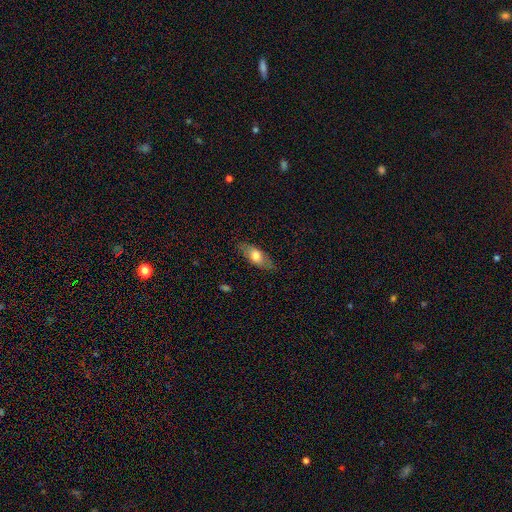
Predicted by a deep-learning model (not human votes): Smooth or featured?
  - smooth: 67% *
  - featured or disk: 27%
  - star or artifact: 6%
How rounded?
  - in between: 75% *
  - cigar-shaped: 21%
  - round: 4%
Merging?
  - none: 79% *
  - minor disturbance: 16%
  - major disturbance: 4%
  - merger: 1%